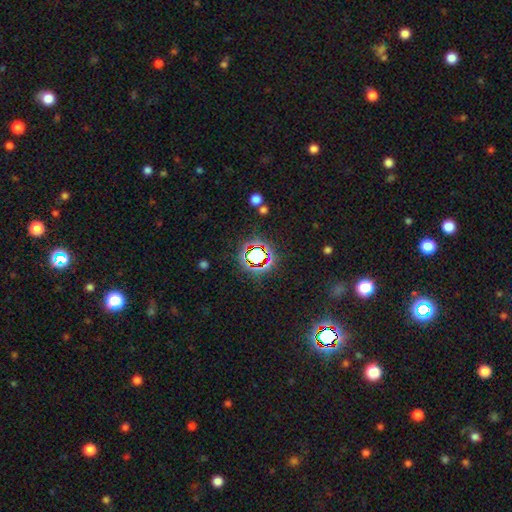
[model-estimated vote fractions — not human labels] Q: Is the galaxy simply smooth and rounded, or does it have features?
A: star or artifact — 69%.